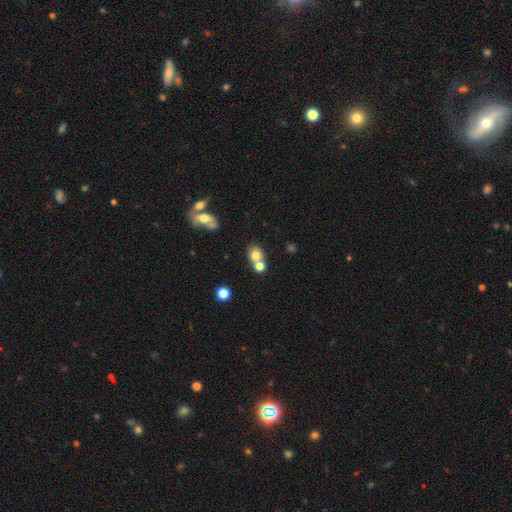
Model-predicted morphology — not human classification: The model was most divided on "how rounded": round: 53%, in between: 46%, cigar-shaped: 1%. Remaining: smooth or featured — smooth (73%); merging — merger (48%).